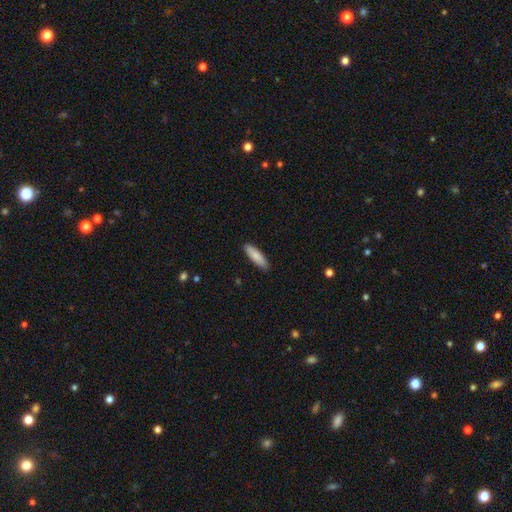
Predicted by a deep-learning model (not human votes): This is clearly a smooth galaxy (86%). How rounded: likely cigar-shaped (60%). Merging: clearly none (88%).